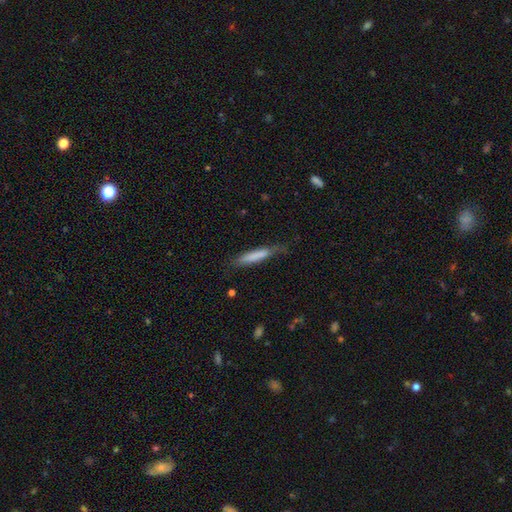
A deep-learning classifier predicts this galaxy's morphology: Smooth or featured: smooth — 75% (featured or disk — 19%)
How rounded: cigar-shaped — 89% (in between — 10%)
Merging: none — 63% (minor disturbance — 27%)